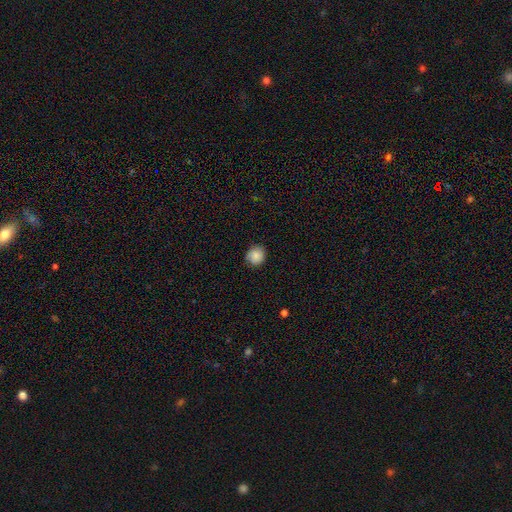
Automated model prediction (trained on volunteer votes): This appears to be a smooth galaxy with no disk features (85%) that is round (87%). Merging: none (83%).